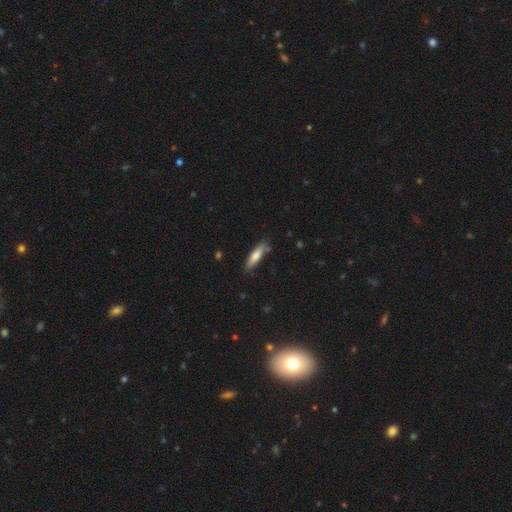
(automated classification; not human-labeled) Smooth or featured?
  - smooth: 70% *
  - featured or disk: 24%
  - star or artifact: 6%
How rounded?
  - cigar-shaped: 71% *
  - in between: 27%
  - round: 2%
Merging?
  - none: 76% *
  - minor disturbance: 17%
  - merger: 3%
  - major disturbance: 3%